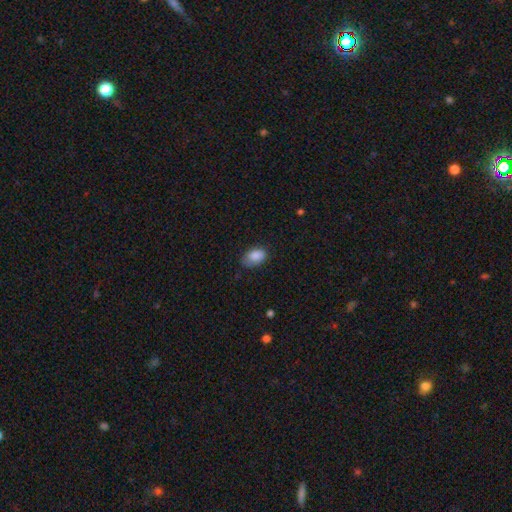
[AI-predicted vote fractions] Q: Smooth or featured?
A: smooth (87%); runner-up: star or artifact (8%)
Q: How rounded?
A: in between (89%); runner-up: round (10%)
Q: Merging?
A: none (64%); runner-up: minor disturbance (28%)